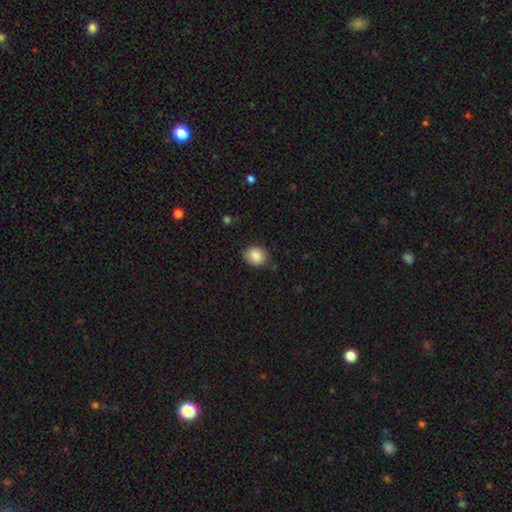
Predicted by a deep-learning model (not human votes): A smooth galaxy with no disk features (87%) that is in between round and cigar-shaped (51%). Merging: none (80%).